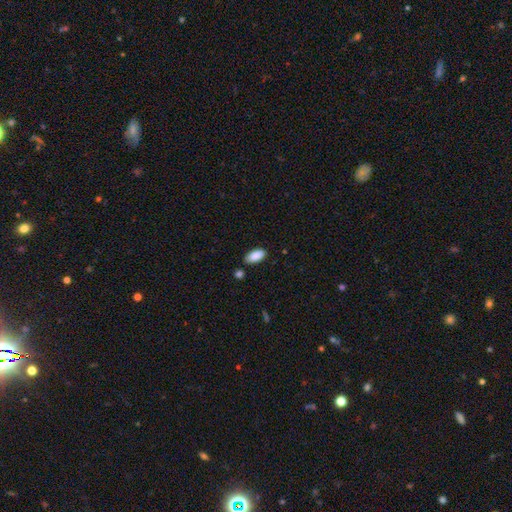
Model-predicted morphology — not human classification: type=smooth (89%); roundness=in between (91%); merging=none (81%).